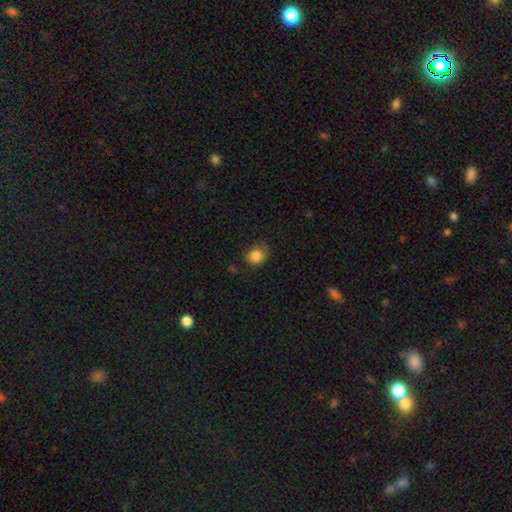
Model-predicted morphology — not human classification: smooth-or-featured: smooth: 85% | star or artifact: 9% | featured or disk: 6%
  how-rounded: round: 66% | in between: 33% | cigar-shaped: 1%
  merging: none: 61% | minor disturbance: 28% | major disturbance: 9% | merger: 2%